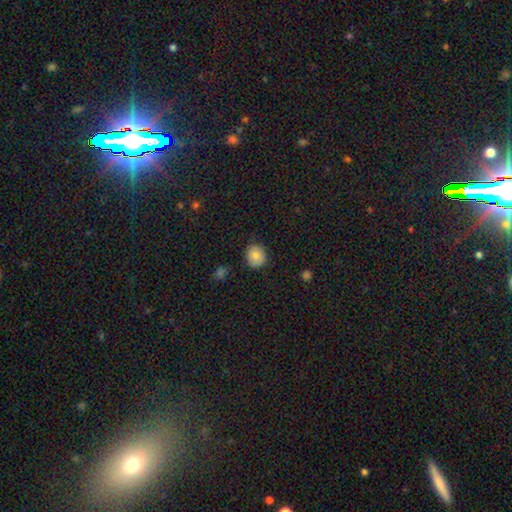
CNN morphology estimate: Smooth or featured: smooth — 82% (featured or disk — 9%)
How rounded: round — 82% (in between — 17%)
Merging: none — 83% (minor disturbance — 13%)